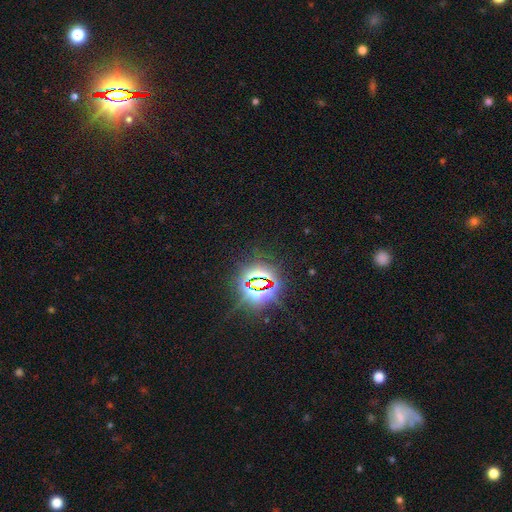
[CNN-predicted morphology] A star or artifact, not a galaxy (81%).